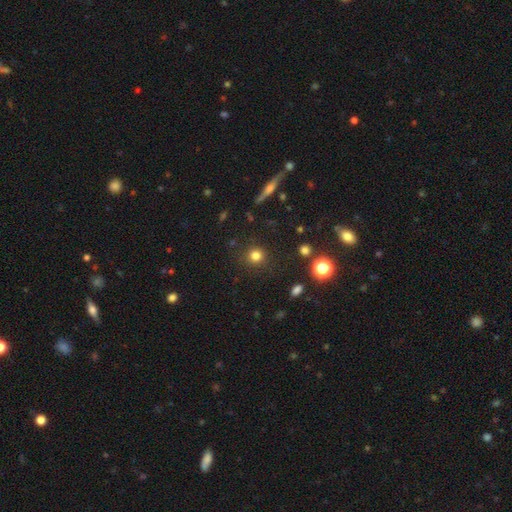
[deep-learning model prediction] A smooth galaxy with no disk features (81%) that is round (91%). Merging: none (89%).